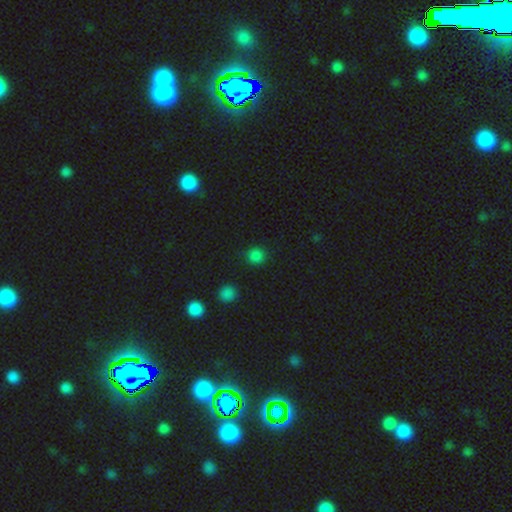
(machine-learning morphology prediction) A smooth galaxy with no disk features (80%) that is round (91%). Merging: none (88%).